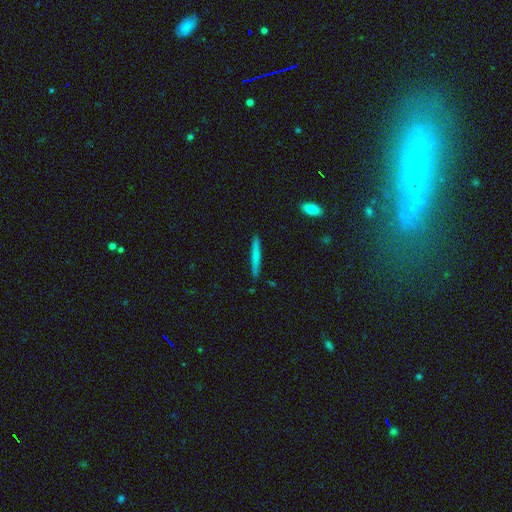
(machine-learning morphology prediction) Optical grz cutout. It shows a smooth galaxy with no disk features (67%) that is cigar-shaped (96%). Merging: none (89%).